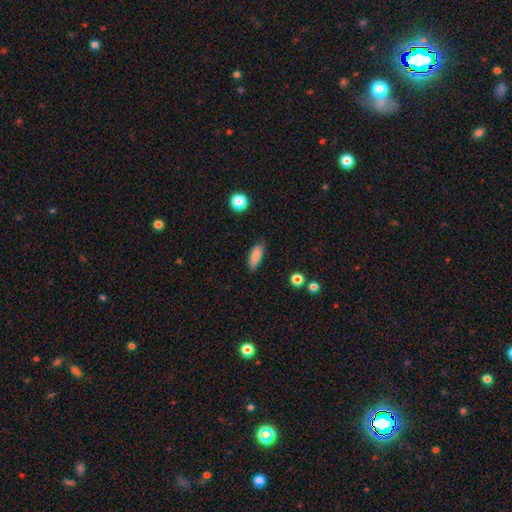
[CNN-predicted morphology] Q: Smooth or featured?
A: smooth (85%); runner-up: star or artifact (8%)
Q: How rounded?
A: in between (69%); runner-up: cigar-shaped (29%)
Q: Merging?
A: none (79%); runner-up: minor disturbance (16%)